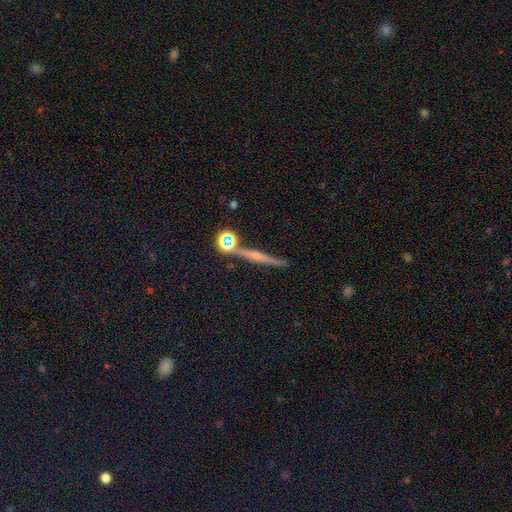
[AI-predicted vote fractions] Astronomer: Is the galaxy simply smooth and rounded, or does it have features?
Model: featured or disk — 57%.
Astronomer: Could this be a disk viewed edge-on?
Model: yes — 95%.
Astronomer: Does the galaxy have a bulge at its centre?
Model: rounded — 59%.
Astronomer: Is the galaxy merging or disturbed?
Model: none — 80%.